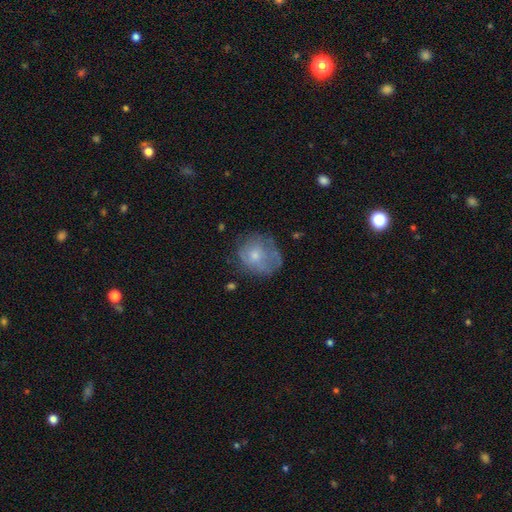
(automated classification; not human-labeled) Smooth or featured? smooth (55%)
How rounded? round (73%)
Merging? none (52%)